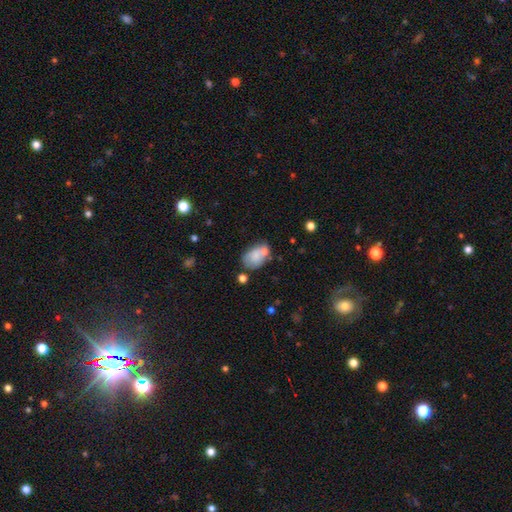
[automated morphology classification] A smooth galaxy with no disk features (73%) that is in between round and cigar-shaped (80%). Merging: none (41%).